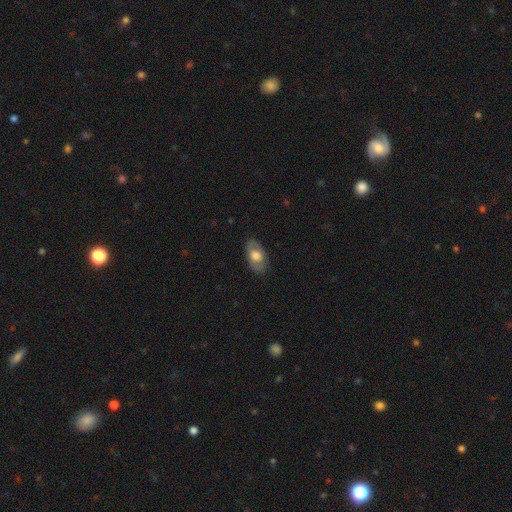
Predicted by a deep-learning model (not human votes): The model was most divided on "smooth or featured": smooth: 60%, featured or disk: 34%, star or artifact: 6%. More confident: how rounded — in between (91%); merging — none (81%).